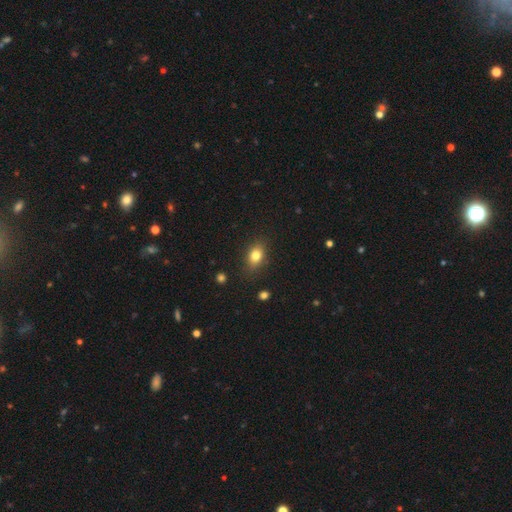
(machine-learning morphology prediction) Smooth or featured? Predicted: smooth (p=0.80). How rounded? Predicted: in between (p=0.71). Merging? Predicted: none (p=0.83).